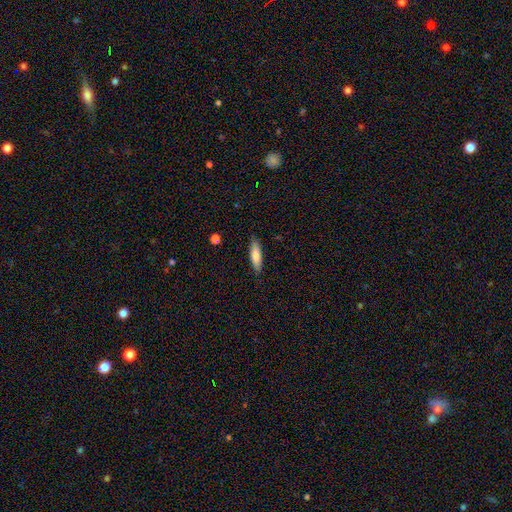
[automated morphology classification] A smooth galaxy with no disk features (76%) that is cigar-shaped (57%).

Vote fractions:
- Smooth or featured? smooth: 76% / featured or disk: 18% / star or artifact: 6%
- How rounded? cigar-shaped: 57% / in between: 41% / round: 2%
- Merging? none: 86% / minor disturbance: 11% / major disturbance: 2% / merger: 1%